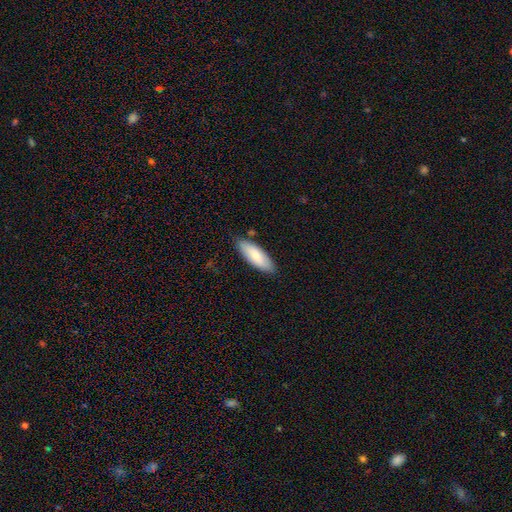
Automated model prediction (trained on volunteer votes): Smooth or featured? smooth (74%)
How rounded? in between (68%)
Merging? none (84%)